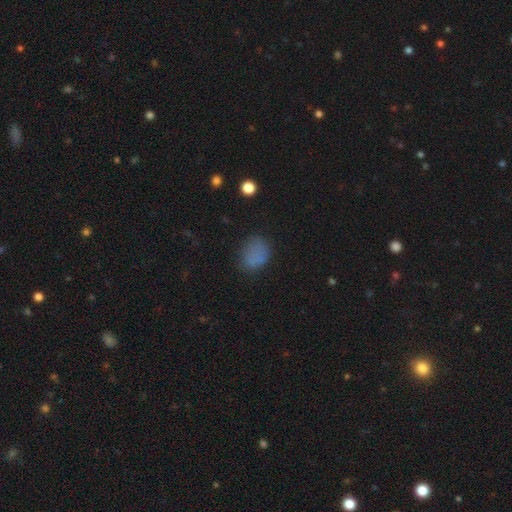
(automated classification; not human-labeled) Overall: smooth (74%). How rounded: in between (62%; round 37%). Merging: none (61%; minor disturbance 25%).